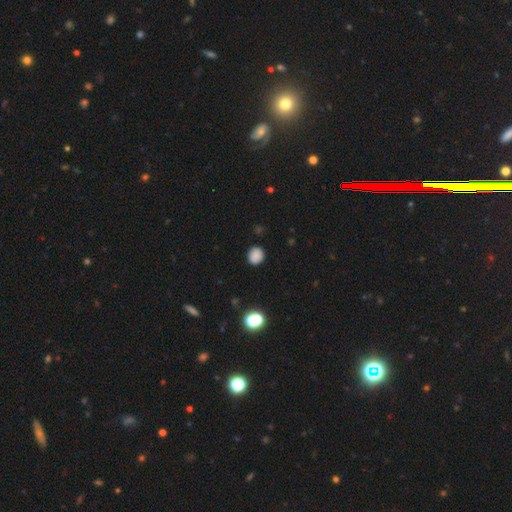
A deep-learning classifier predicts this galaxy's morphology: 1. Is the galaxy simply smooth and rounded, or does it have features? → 84% smooth, 12% star or artifact, 4% featured or disk.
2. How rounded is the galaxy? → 81% round, 18% in between, 1% cigar-shaped.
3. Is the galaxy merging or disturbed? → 87% none, 10% minor disturbance, 2% major disturbance, 1% merger.